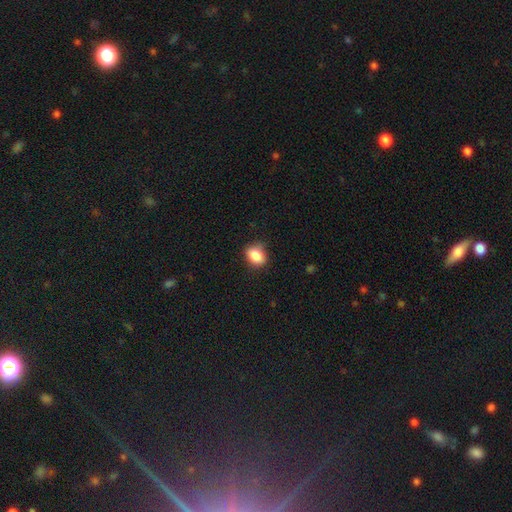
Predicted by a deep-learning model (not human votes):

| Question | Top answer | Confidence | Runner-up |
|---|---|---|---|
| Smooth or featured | smooth | 86% | star or artifact (9%) |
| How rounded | in between | 67% | round (32%) |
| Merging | none | 77% | minor disturbance (18%) |